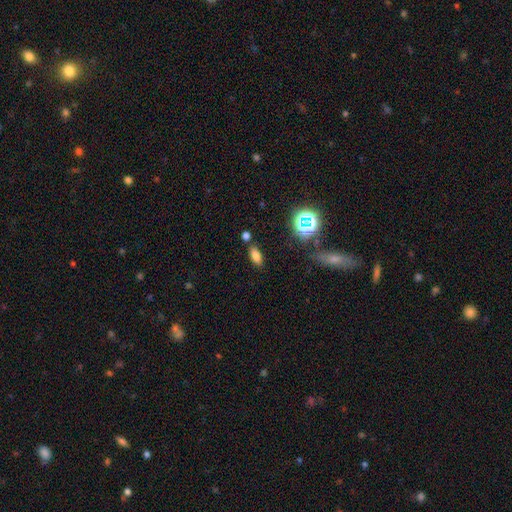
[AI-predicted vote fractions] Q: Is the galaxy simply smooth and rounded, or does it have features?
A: smooth — 73%.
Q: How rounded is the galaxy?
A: in between — 84%.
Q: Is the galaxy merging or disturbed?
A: none — 77%.